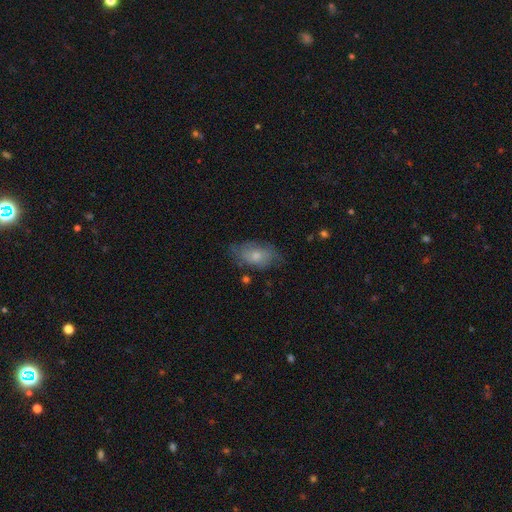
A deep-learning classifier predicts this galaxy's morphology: This appears to be a smooth galaxy with no disk features (61%) that is in between round and cigar-shaped (89%). Merging: none (62%).